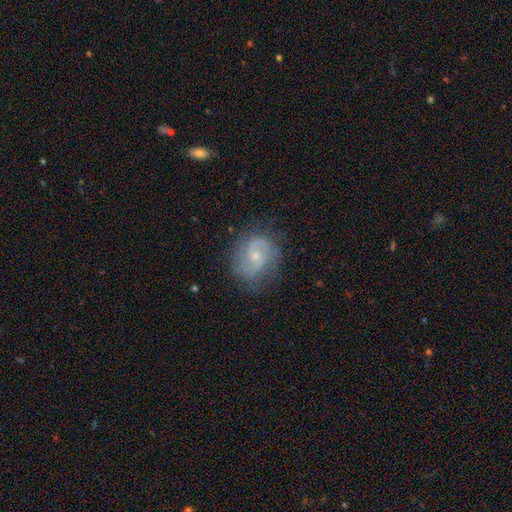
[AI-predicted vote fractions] This is likely a featured or disk galaxy (78%). It is clearly not viewed edge-on (98%). Bar: possibly no (60%). Spiral arm pattern: clearly yes (94%). Spiral arm count: clearly 2 (81%). Spiral winding: possibly medium (48%). Central bulge: likely small (62%). Merging: likely none (76%).